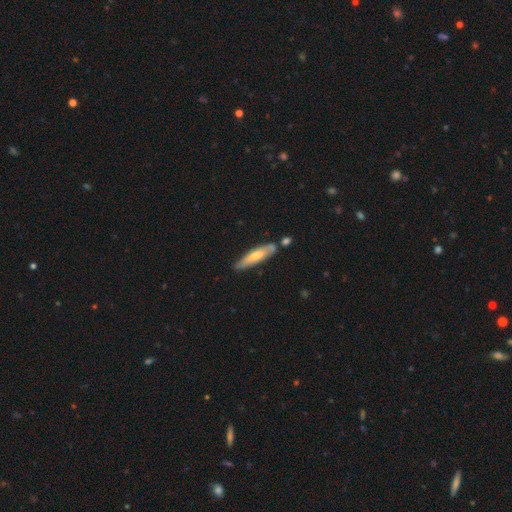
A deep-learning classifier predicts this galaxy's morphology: This is possibly a smooth galaxy (58%). How rounded: likely cigar-shaped (78%). Merging: likely none (69%).